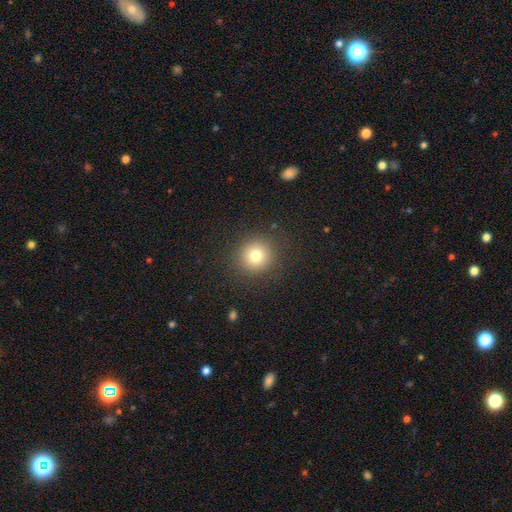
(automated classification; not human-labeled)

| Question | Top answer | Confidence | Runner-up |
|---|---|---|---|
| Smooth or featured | smooth | 76% | star or artifact (14%) |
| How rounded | round | 94% | in between (5%) |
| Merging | none | 89% | minor disturbance (7%) |